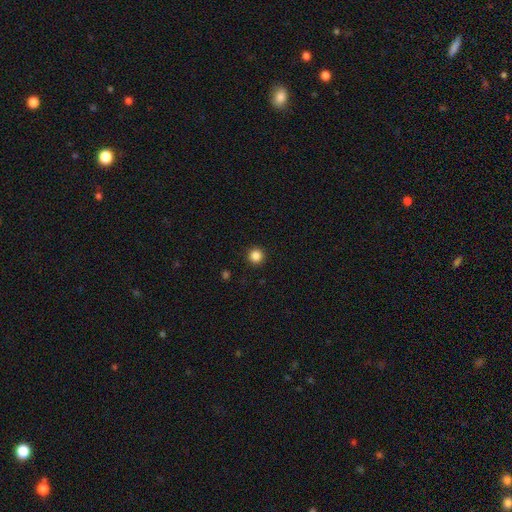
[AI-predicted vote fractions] Smooth or featured: smooth — 85% (star or artifact — 11%)
How rounded: round — 96% (in between — 3%)
Merging: none — 93% (minor disturbance — 5%)